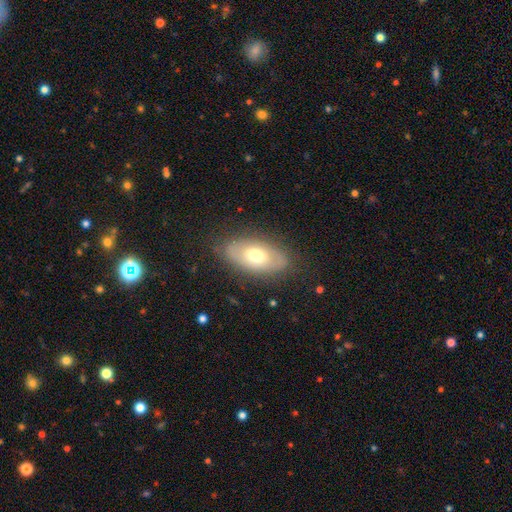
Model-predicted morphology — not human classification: Smooth or featured? smooth (54%)
How rounded? in between (91%)
Merging? none (80%)